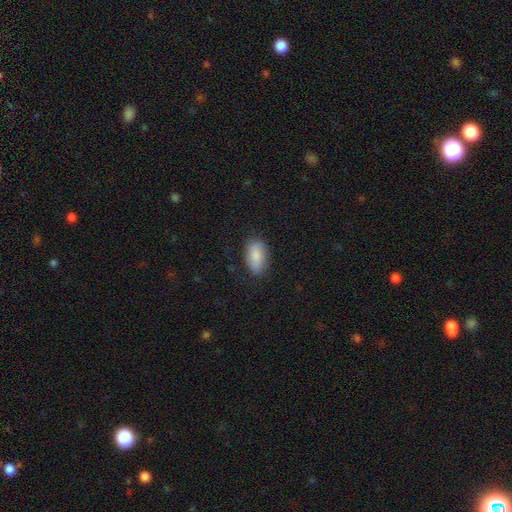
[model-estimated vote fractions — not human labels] Morphology: type=smooth (82%); roundness=in between (92%); merging=none (78%).